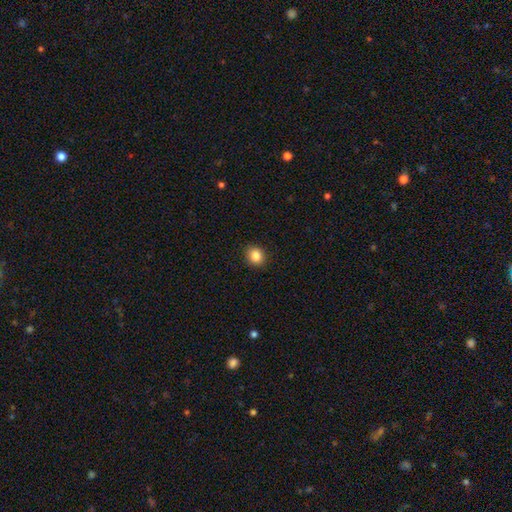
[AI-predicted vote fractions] This is clearly a smooth galaxy (86%). How rounded: likely round (74%). Merging: clearly none (91%).